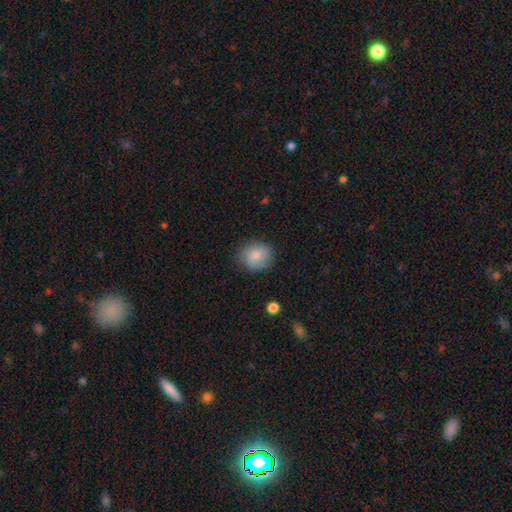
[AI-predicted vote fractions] Q: Smooth or featured?
A: smooth (78%); runner-up: featured or disk (14%)
Q: How rounded?
A: round (80%); runner-up: in between (19%)
Q: Merging?
A: none (76%); runner-up: minor disturbance (18%)